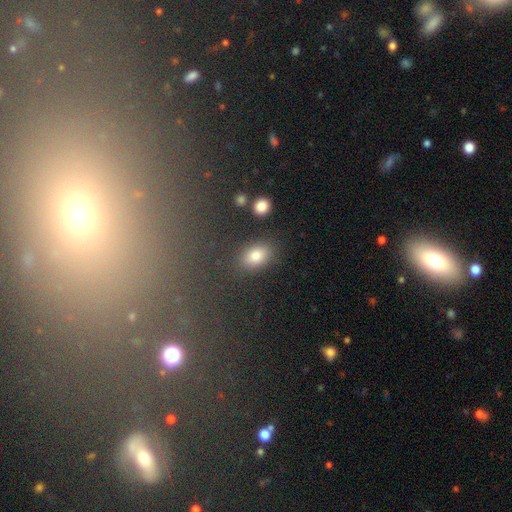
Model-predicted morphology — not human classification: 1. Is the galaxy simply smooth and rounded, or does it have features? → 82% smooth, 10% star or artifact, 8% featured or disk.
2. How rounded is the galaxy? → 82% in between, 16% round, 2% cigar-shaped.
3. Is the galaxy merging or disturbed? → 80% none, 12% minor disturbance, 4% merger, 4% major disturbance.